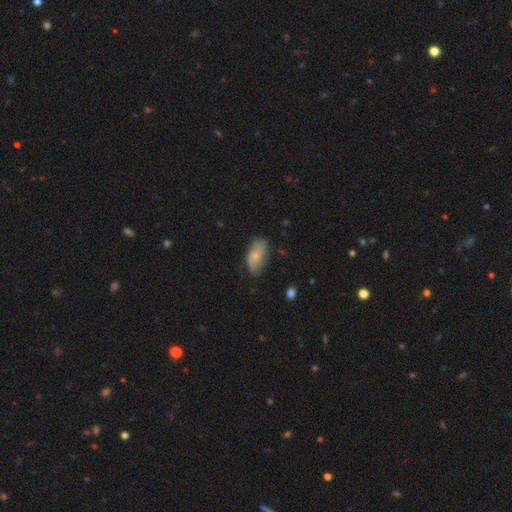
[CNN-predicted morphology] Overall: smooth (65%; featured or disk 29%). How rounded: in between (91%). Merging: none (66%).